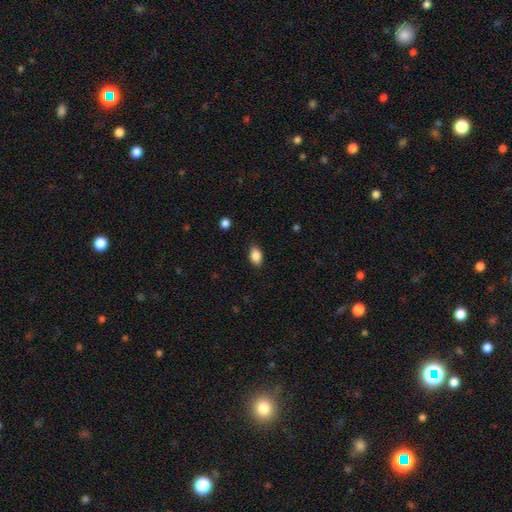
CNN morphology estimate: smooth_or_featured: smooth (p=0.87) [alt: star or artifact p=0.08]
how_rounded: in between (p=0.87) [alt: round p=0.11]
merging: none (p=0.83) [alt: minor disturbance p=0.13]